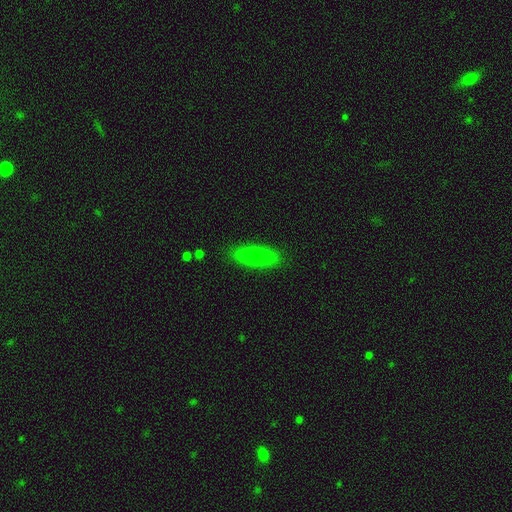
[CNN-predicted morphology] smooth-or-featured: smooth: 76% | featured or disk: 17% | star or artifact: 7%
  how-rounded: in between: 62% | cigar-shaped: 35% | round: 3%
  merging: none: 87% | minor disturbance: 10% | major disturbance: 2% | merger: 1%